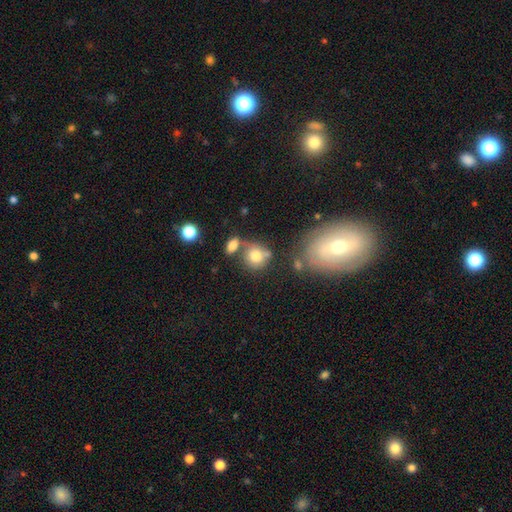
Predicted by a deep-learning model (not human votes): The model was most divided on "merging": none: 47%, merger: 30%, minor disturbance: 15%, major disturbance: 7%. More confident: how rounded — round (77%); smooth or featured — smooth (76%).